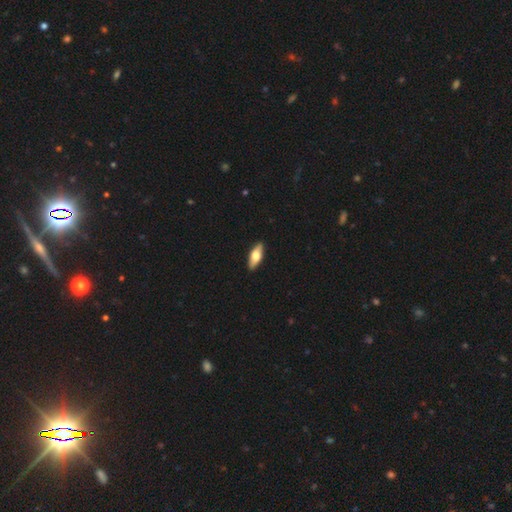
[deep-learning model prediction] Overall: smooth (58%; featured or disk 37%). How rounded: in between (68%; cigar-shaped 29%). Merging: none (90%).